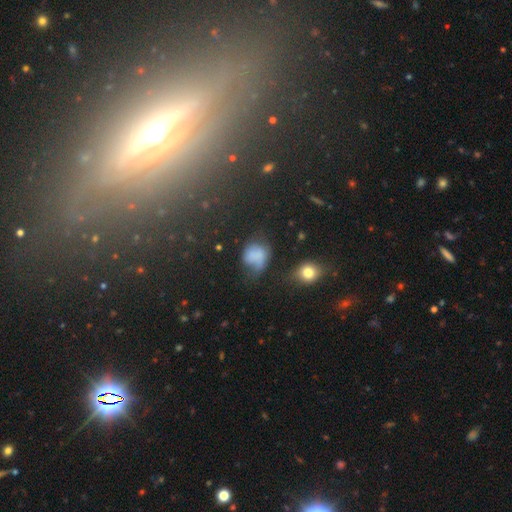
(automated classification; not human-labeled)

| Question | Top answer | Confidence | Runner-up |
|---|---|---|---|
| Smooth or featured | smooth | 67% | featured or disk (19%) |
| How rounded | round | 50% | in between (49%) |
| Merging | none | 31% | tied: minor disturbance (31%) |